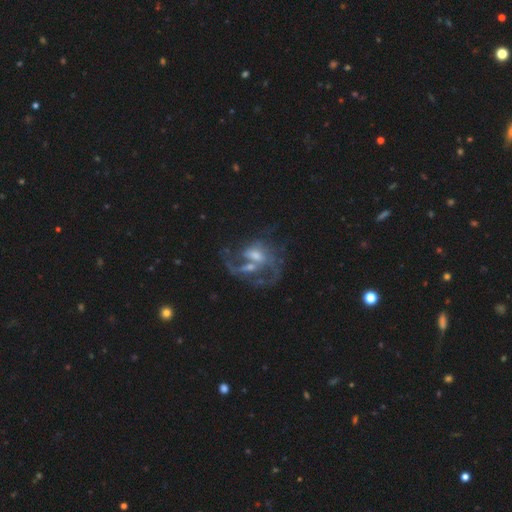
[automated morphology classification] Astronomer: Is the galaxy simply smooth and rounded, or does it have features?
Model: featured or disk — 76%.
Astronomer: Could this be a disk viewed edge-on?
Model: no — 97%.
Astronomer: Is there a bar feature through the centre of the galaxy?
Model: no — 44% (runner-up: weak, 41%).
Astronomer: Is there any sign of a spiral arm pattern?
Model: yes — 71%.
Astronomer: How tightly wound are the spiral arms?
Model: medium — 43% (runner-up: loose, 38%).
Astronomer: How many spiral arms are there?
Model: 2 — 34% (runner-up: can't tell, 29%).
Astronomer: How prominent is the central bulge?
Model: moderate — 44% (runner-up: small, 34%).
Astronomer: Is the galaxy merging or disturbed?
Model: merger — 36% (runner-up: major disturbance, 27%).